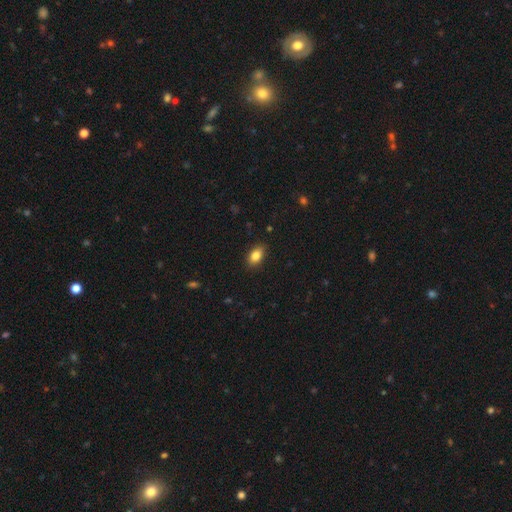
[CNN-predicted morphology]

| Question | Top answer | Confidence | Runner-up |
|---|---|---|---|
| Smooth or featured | smooth | 84% | star or artifact (9%) |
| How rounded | in between | 87% | round (10%) |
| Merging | none | 86% | minor disturbance (11%) |